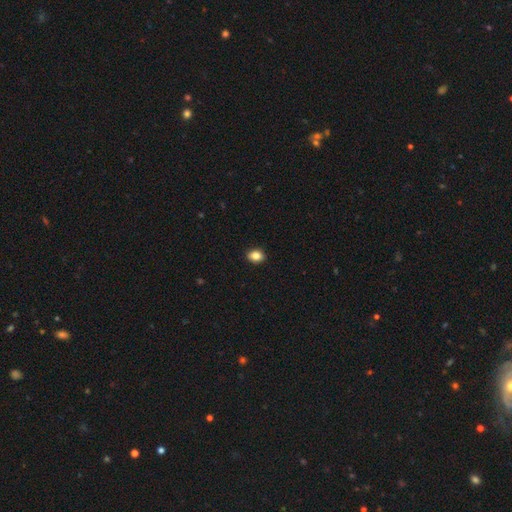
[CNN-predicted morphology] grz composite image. It shows a smooth galaxy with no disk features (86%) that is in between round and cigar-shaped (58%). Merging: none (91%).